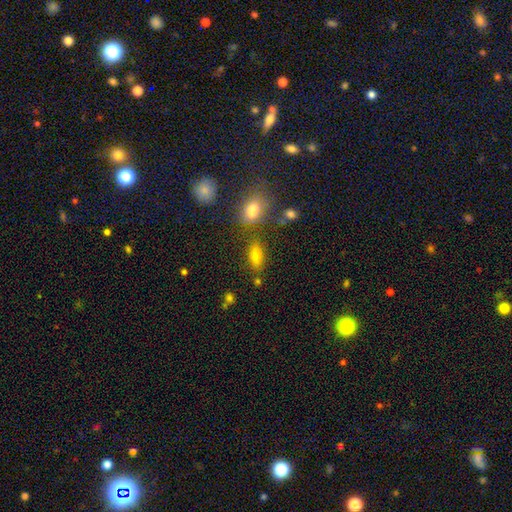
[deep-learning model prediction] smooth-or-featured: smooth: 75% | star or artifact: 13% | featured or disk: 12%
  how-rounded: in between: 81% | cigar-shaped: 13% | round: 7%
  merging: none: 72% | minor disturbance: 12% | merger: 11% | major disturbance: 5%